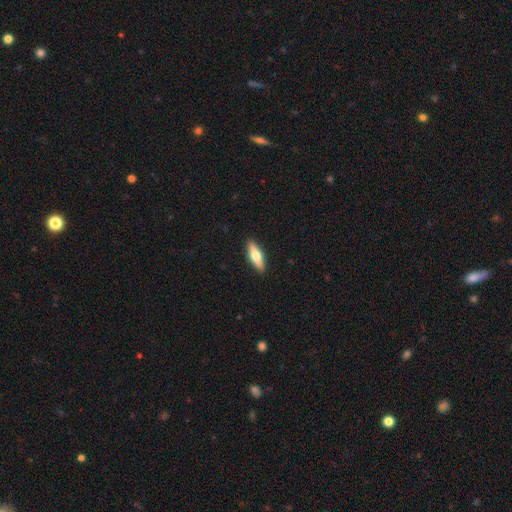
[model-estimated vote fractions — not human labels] smooth_or_featured: smooth (p=0.52) [alt: featured or disk p=0.43]
how_rounded: cigar-shaped (p=0.53) [alt: in between p=0.44]
merging: none (p=0.91) [alt: minor disturbance p=0.07]